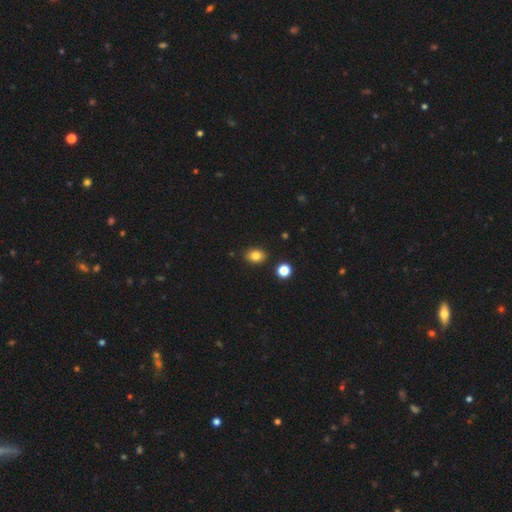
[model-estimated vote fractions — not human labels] The model was most divided on "how rounded": in between: 64%, round: 35%, cigar-shaped: 1%. More confident: merging — none (86%); smooth or featured — smooth (82%).